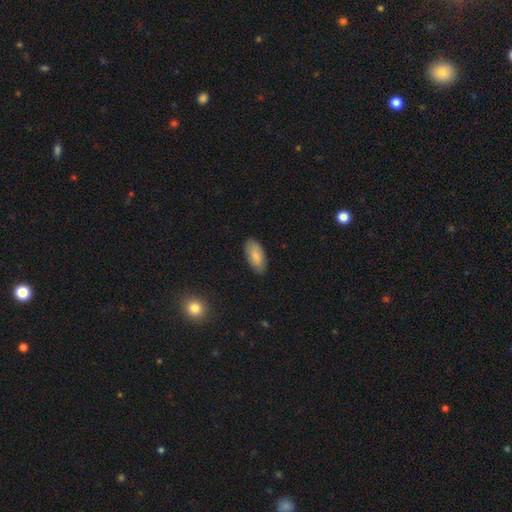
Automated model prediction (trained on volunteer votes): A smooth galaxy with no disk features (86%) that is in between round and cigar-shaped (92%). Merging: none (84%).